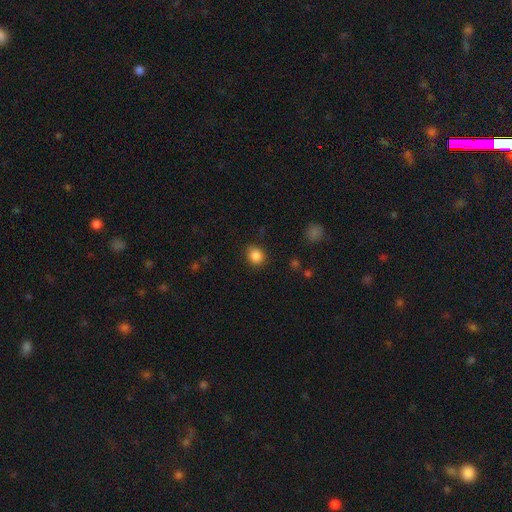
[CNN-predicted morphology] Q: Smooth or featured?
A: smooth (86%); runner-up: star or artifact (10%)
Q: How rounded?
A: round (76%); runner-up: in between (23%)
Q: Merging?
A: none (86%); runner-up: minor disturbance (9%)